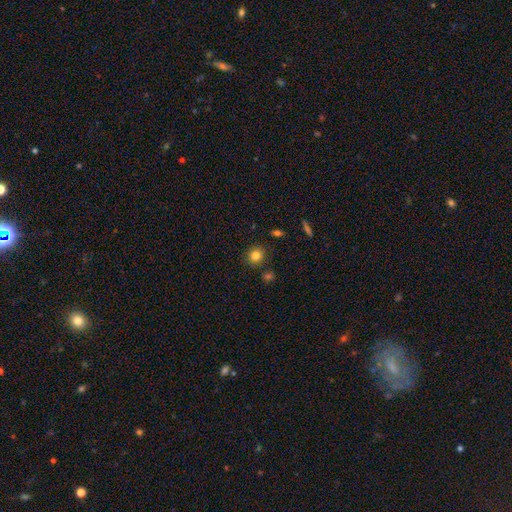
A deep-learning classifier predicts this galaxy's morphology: The model was most divided on "how rounded": round: 83%, in between: 16%, cigar-shaped: 1%. More confident: merging — none (85%); smooth or featured — smooth (82%).